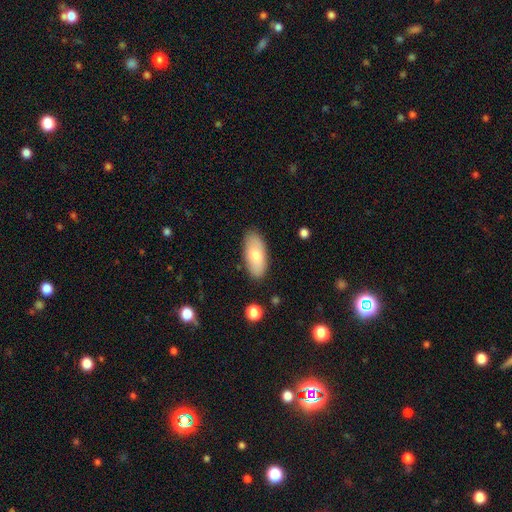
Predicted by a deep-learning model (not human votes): Smooth or featured: smooth — 75% (featured or disk — 19%)
How rounded: in between — 90% (cigar-shaped — 8%)
Merging: none — 84% (minor disturbance — 12%)